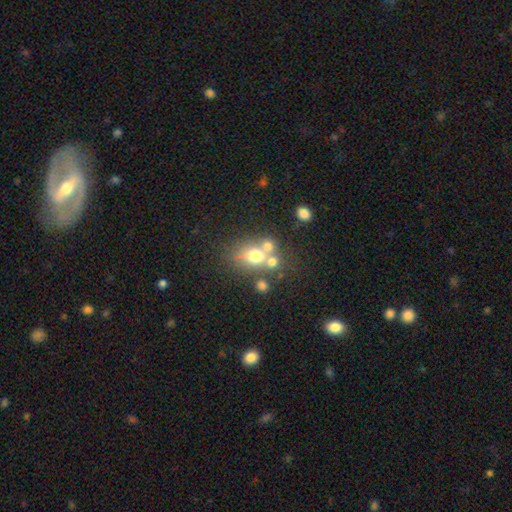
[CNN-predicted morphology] Smooth or featured: smooth — 63% (featured or disk — 22%)
How rounded: round — 56% (in between — 43%)
Merging: none — 42% (merger — 41%)